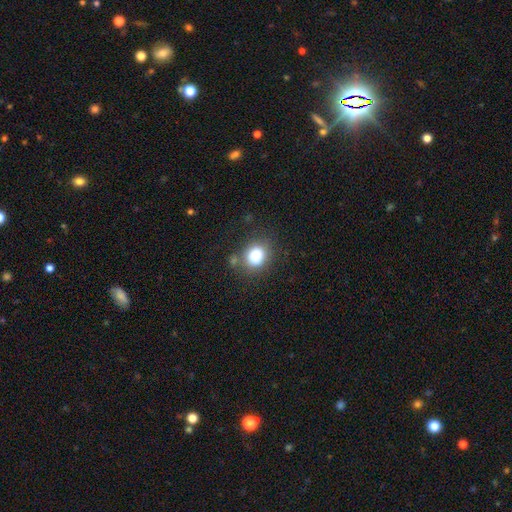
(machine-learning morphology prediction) Smooth or featured?
  - smooth: 82% *
  - star or artifact: 10%
  - featured or disk: 8%
How rounded?
  - round: 63% *
  - in between: 36%
  - cigar-shaped: 1%
Merging?
  - none: 71% *
  - minor disturbance: 16%
  - merger: 8%
  - major disturbance: 6%